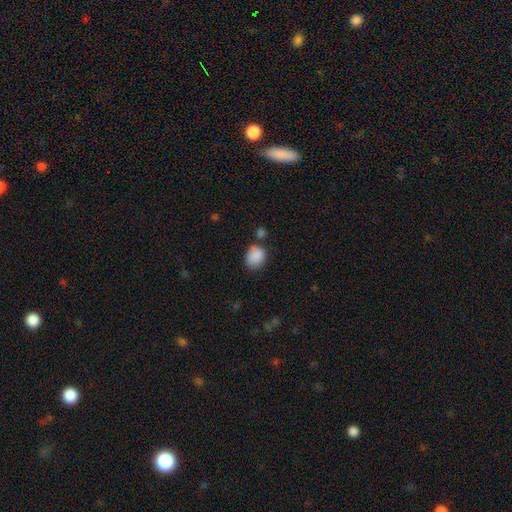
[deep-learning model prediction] Smooth or featured: smooth — 87% (star or artifact — 8%)
How rounded: round — 54% (in between — 45%)
Merging: none — 61% (minor disturbance — 23%)